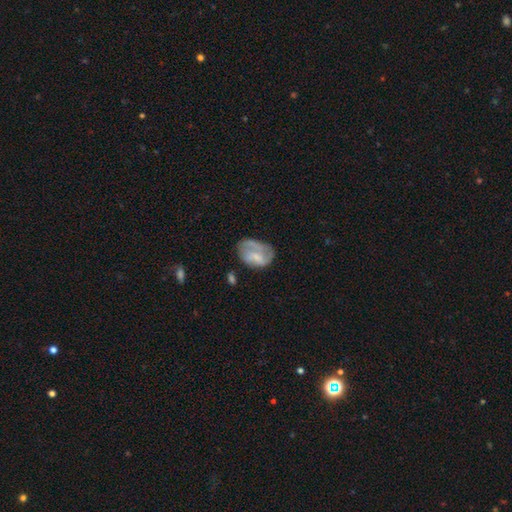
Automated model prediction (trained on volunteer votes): This is possibly a smooth galaxy (48%). Merging: marginally none (38%).